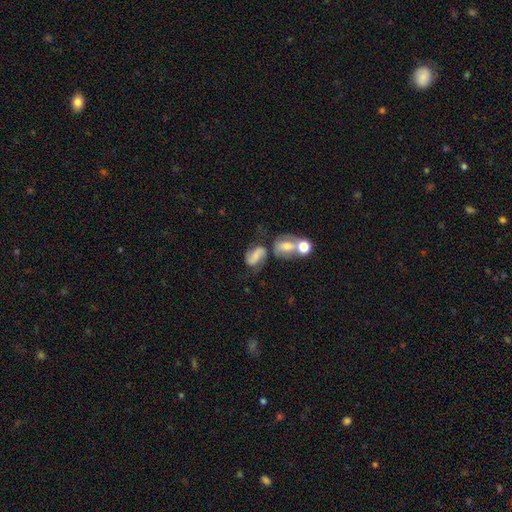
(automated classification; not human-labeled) The model was most divided on "merging": none: 39%, merger: 32%, minor disturbance: 17%, major disturbance: 11%. More confident: edge-on disk — no (96%); smooth or featured — featured or disk (52%).